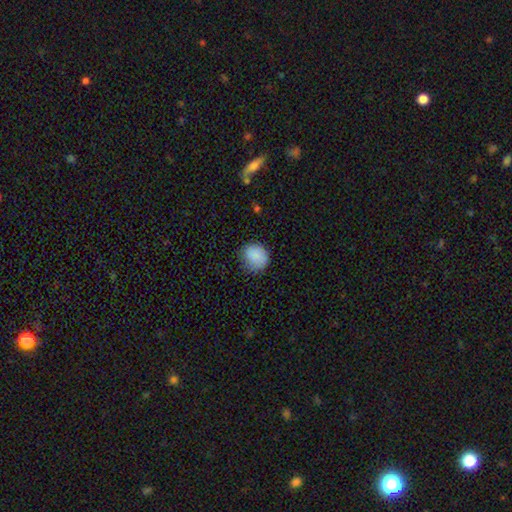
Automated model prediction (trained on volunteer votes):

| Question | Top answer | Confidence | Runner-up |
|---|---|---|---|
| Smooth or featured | smooth | 86% | star or artifact (8%) |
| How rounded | round | 79% | in between (20%) |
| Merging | none | 73% | minor disturbance (21%) |